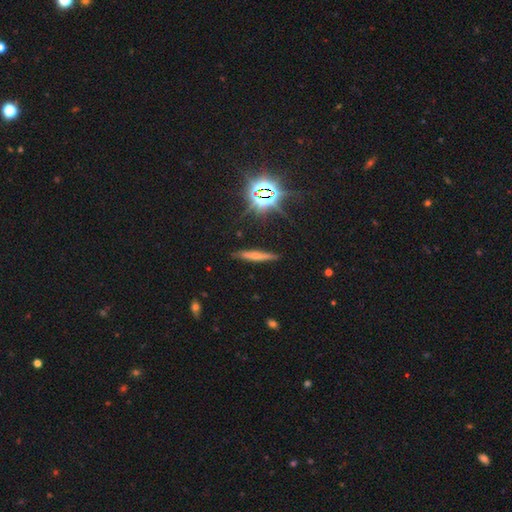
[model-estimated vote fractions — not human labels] This is possibly a smooth galaxy (49%). Merging: clearly none (86%).